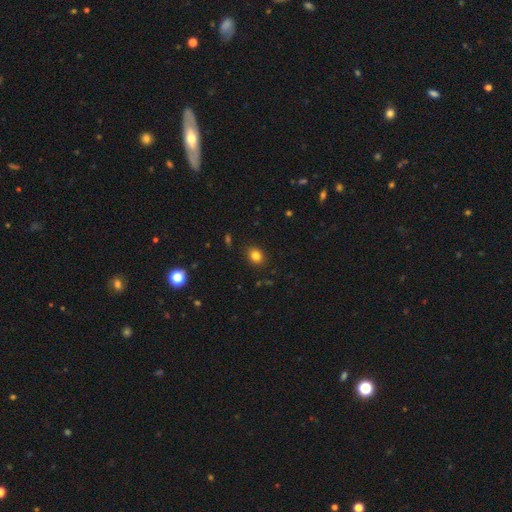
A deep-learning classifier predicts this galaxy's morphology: smooth_or_featured: smooth (p=0.82) [alt: star or artifact p=0.12]
how_rounded: round (p=0.54) [alt: in between p=0.45]
merging: none (p=0.88) [alt: minor disturbance p=0.08]